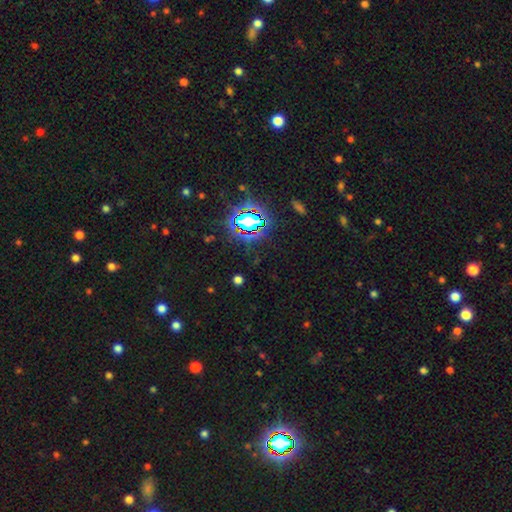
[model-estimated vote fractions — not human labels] A star or artifact, not a galaxy (80%).

Vote fractions:
- Smooth or featured? star or artifact: 80% / smooth: 13% / featured or disk: 7%